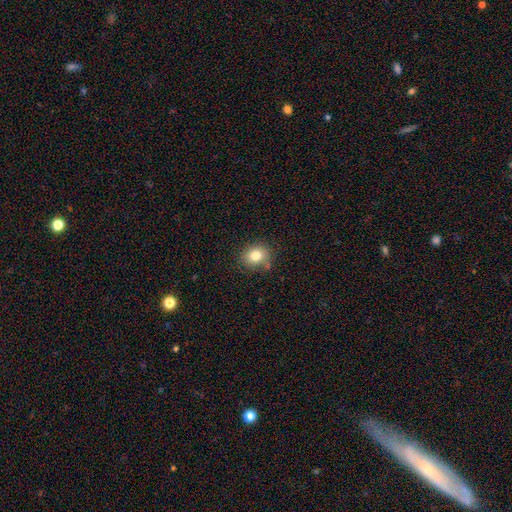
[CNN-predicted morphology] smooth 79%, star or artifact 11%, featured or disk 9%. Down the decision tree: how rounded — round (63%); merging — none (77%).